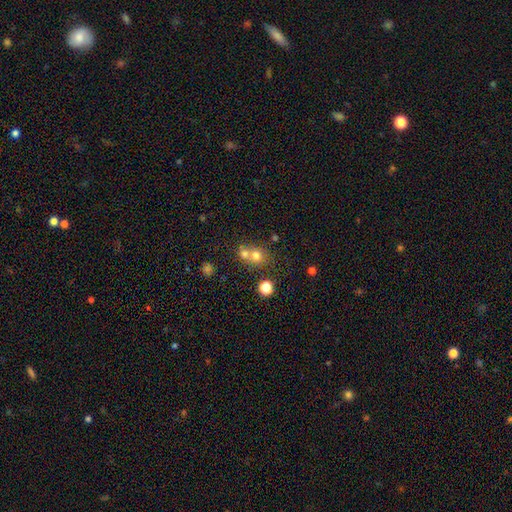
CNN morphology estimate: type=smooth (71%); roundness=round (80%); merging=merger (52%).